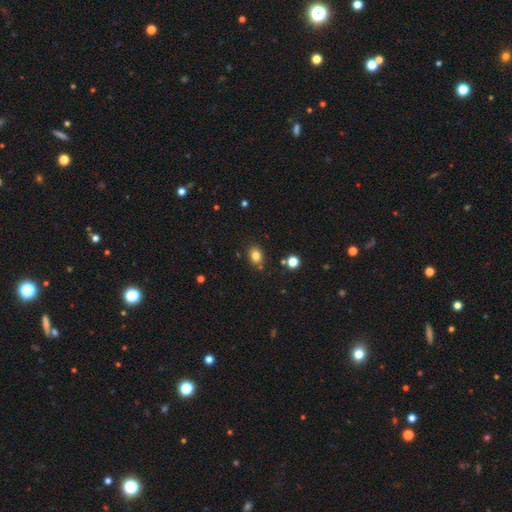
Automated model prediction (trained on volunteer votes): The model was most divided on "how rounded": in between: 52%, round: 47%, cigar-shaped: 1%. More confident: smooth or featured — smooth (81%); merging — none (80%).